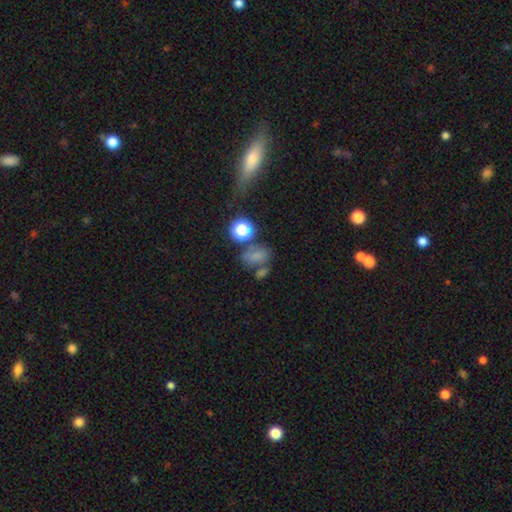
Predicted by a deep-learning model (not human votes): Smooth or featured? smooth (61%)
How rounded? in between (62%)
Merging? none (44%)